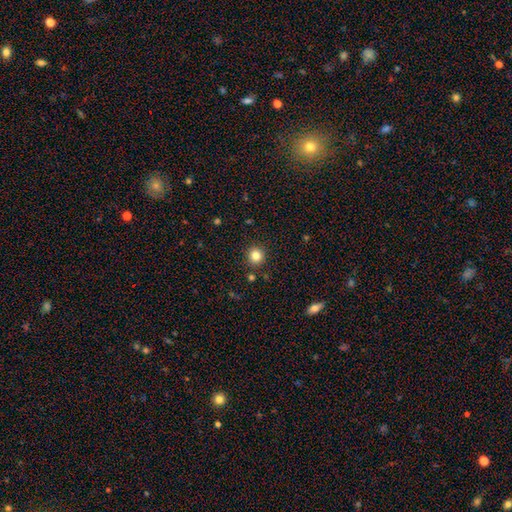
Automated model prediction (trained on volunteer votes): The model was most divided on "smooth or featured": smooth: 82%, star or artifact: 12%, featured or disk: 6%. More confident: how rounded — round (93%); merging — none (90%).